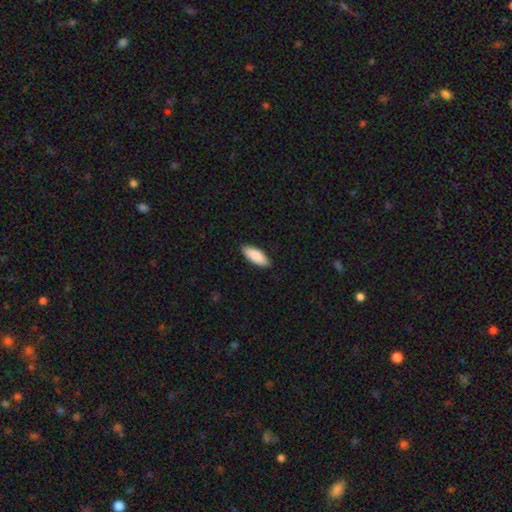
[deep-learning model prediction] The model was most divided on "how rounded": in between: 76%, cigar-shaped: 23%, round: 2%. More confident: smooth or featured — smooth (89%); merging — none (88%).